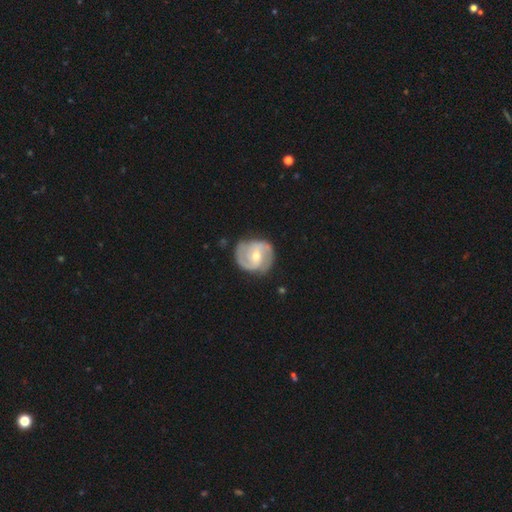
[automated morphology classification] smooth_or_featured: featured or disk (p=0.85) [alt: smooth p=0.11]
disk_edge_on: no (p=0.98) [alt: yes p=0.02]
bar: weak (p=0.48) [alt: no p=0.32]
has_spiral_arms: yes (p=0.95) [alt: no p=0.05]
spiral_winding: medium (p=0.49) [alt: tight p=0.37]
spiral_arm_count: 2 (p=0.83) [alt: can't tell p=0.06]
bulge_size: moderate (p=0.57) [alt: small p=0.40]
merging: none (p=0.76) [alt: minor disturbance p=0.17]